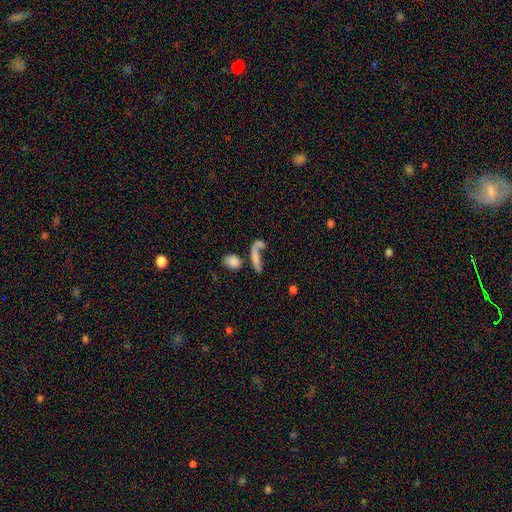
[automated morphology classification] The model was most divided on "merging": merger: 39%, none: 34%, major disturbance: 16%, minor disturbance: 11%. More confident: smooth or featured — smooth (63%); how rounded — cigar-shaped (52%).